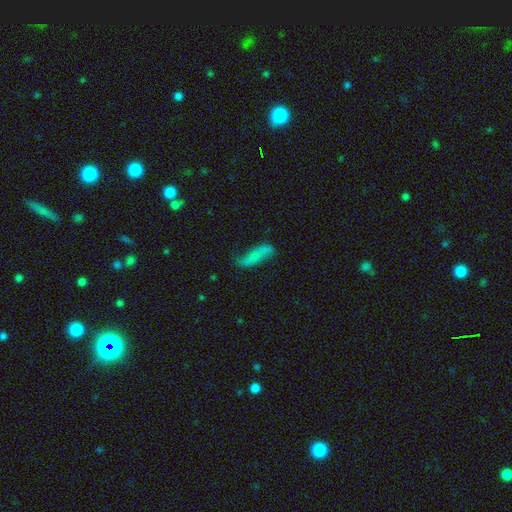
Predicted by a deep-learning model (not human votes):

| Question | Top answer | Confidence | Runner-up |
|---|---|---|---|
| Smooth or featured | smooth | 50% | featured or disk (41%) |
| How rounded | cigar-shaped | 58% | in between (39%) |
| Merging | none | 58% | minor disturbance (27%) |